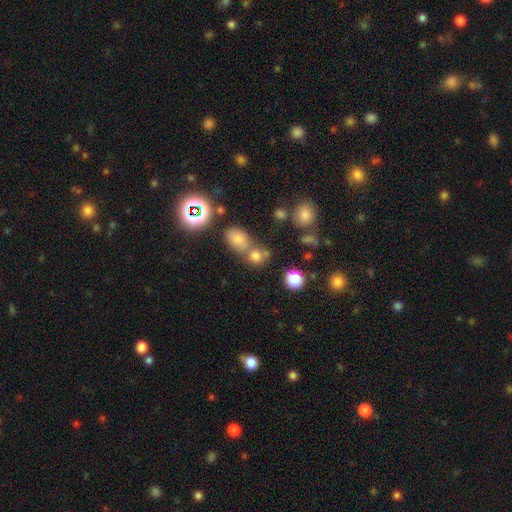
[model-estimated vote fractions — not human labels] smooth_or_featured: smooth (p=0.74) [alt: star or artifact p=0.18]
how_rounded: round (p=0.64) [alt: in between p=0.34]
merging: none (p=0.44) [alt: merger p=0.42]